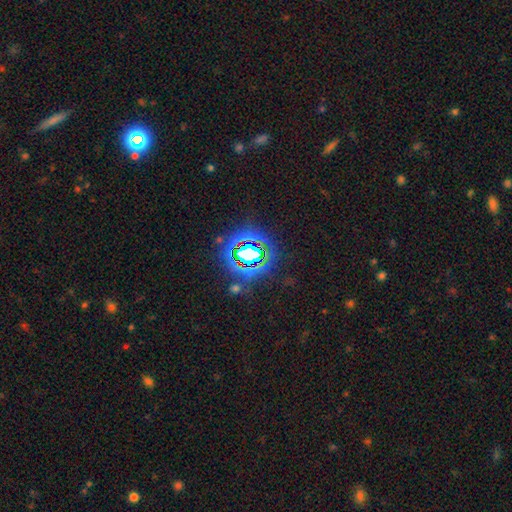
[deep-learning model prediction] Morphology: type=star or artifact (78%).